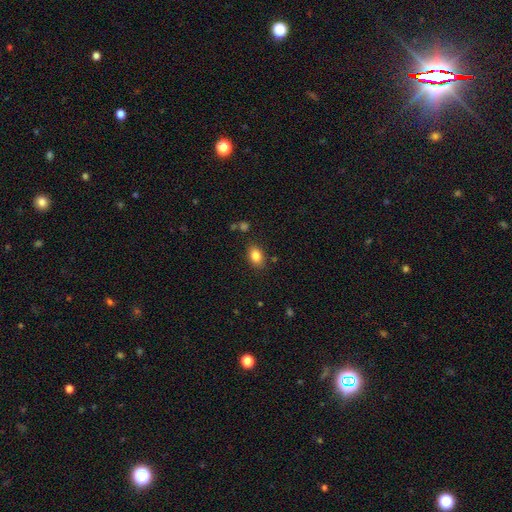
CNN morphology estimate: Q: Smooth or featured?
A: smooth (85%); runner-up: star or artifact (9%)
Q: How rounded?
A: in between (80%); runner-up: round (18%)
Q: Merging?
A: none (83%); runner-up: minor disturbance (11%)